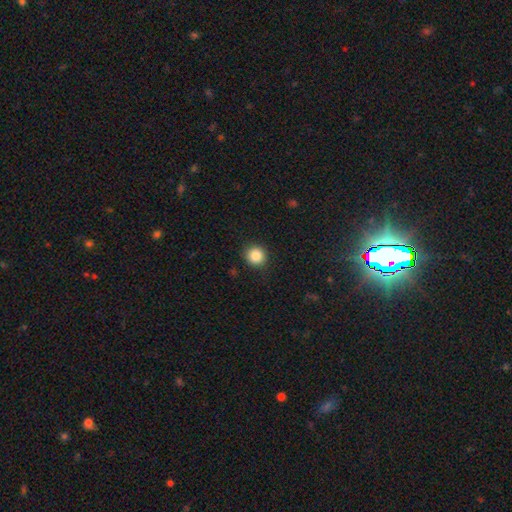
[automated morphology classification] The model was most divided on "smooth or featured": smooth: 86%, star or artifact: 10%, featured or disk: 4%. More confident: how rounded — round (92%); merging — none (90%).